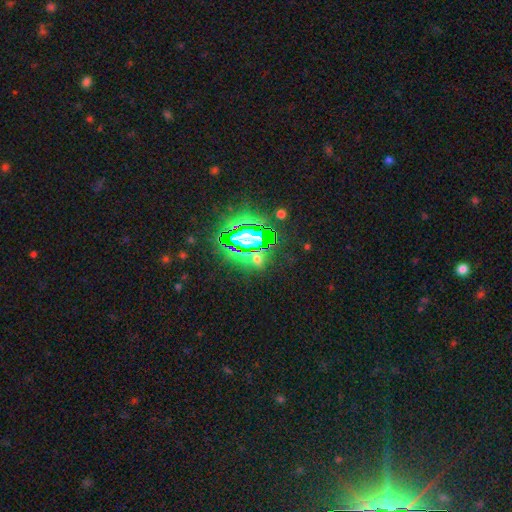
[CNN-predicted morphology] Smooth or featured: star or artifact — 78% (smooth — 13%)